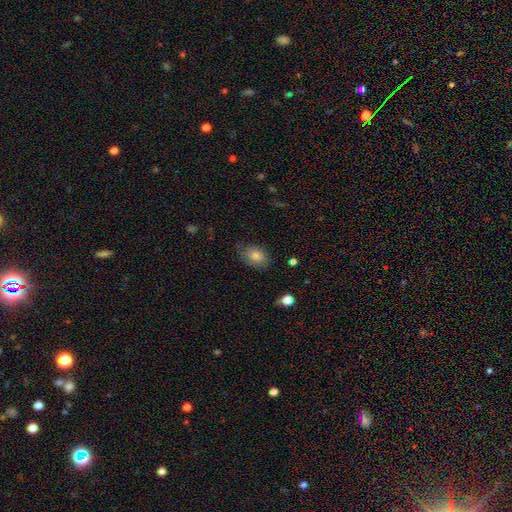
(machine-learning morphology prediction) The model was most divided on "merging": none: 70%, minor disturbance: 23%, major disturbance: 6%, merger: 1%. More confident: how rounded — in between (77%); smooth or featured — smooth (76%).